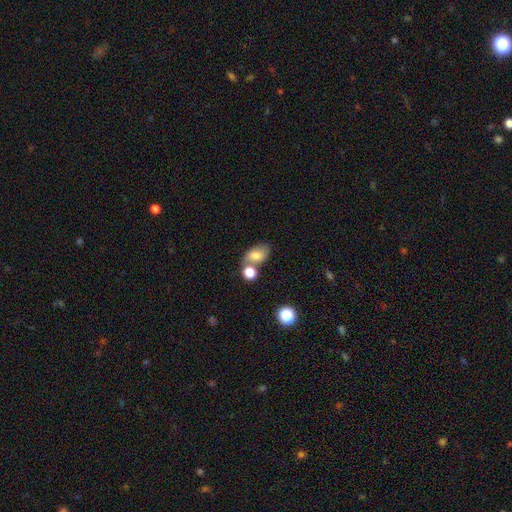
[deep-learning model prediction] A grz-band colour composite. It shows a smooth galaxy with no disk features (76%) that is in between round and cigar-shaped (82%). Merging: none (46%).